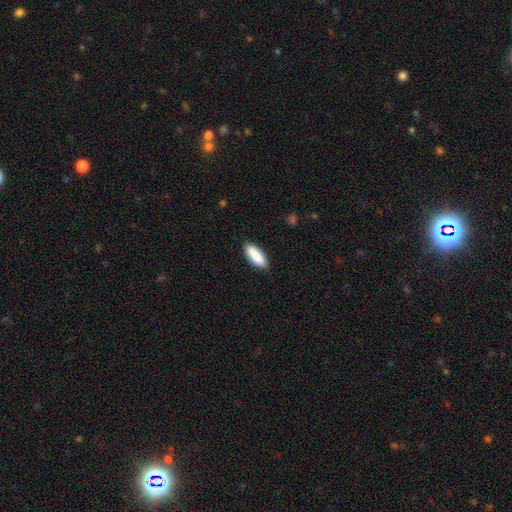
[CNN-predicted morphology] A smooth galaxy with no disk features (89%) that is in between round and cigar-shaped (73%).

Vote fractions:
- Smooth or featured? smooth: 89% / featured or disk: 6% / star or artifact: 5%
- How rounded? in between: 73% / cigar-shaped: 25% / round: 2%
- Merging? none: 87% / minor disturbance: 10% / major disturbance: 2% / merger: 1%